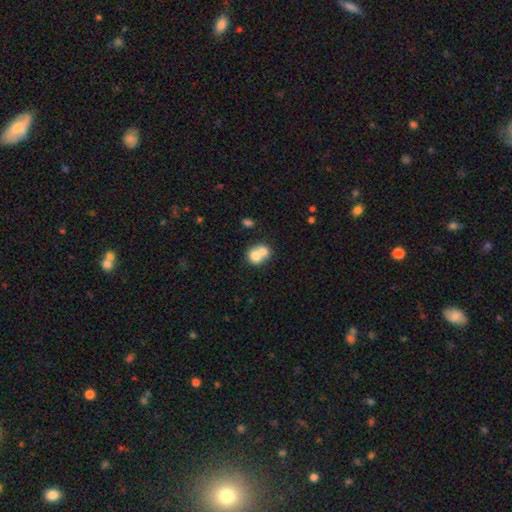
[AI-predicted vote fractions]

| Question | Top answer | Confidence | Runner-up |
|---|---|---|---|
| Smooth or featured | smooth | 71% | featured or disk (20%) |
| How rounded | round | 65% | in between (34%) |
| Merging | merger | 68% | none (23%) |